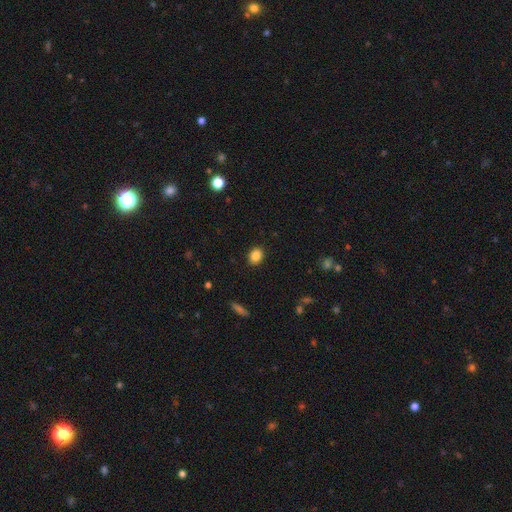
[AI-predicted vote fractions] smooth-or-featured: smooth: 86% | star or artifact: 9% | featured or disk: 5%
  how-rounded: in between: 55% | round: 44% | cigar-shaped: 1%
  merging: none: 89% | minor disturbance: 8% | major disturbance: 2% | merger: 1%